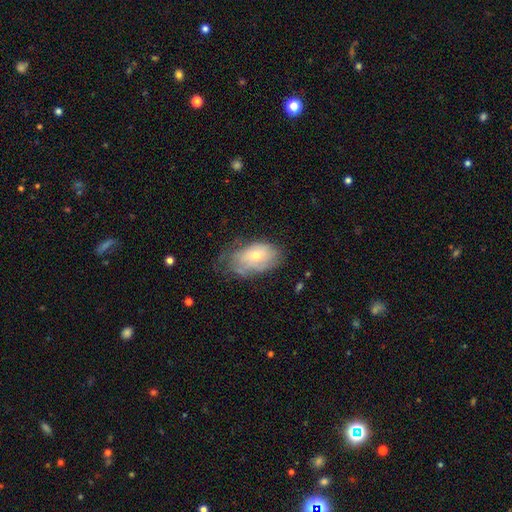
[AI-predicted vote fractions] Morphology: type=smooth (55%); roundness=in between (88%); merging=none (46%).